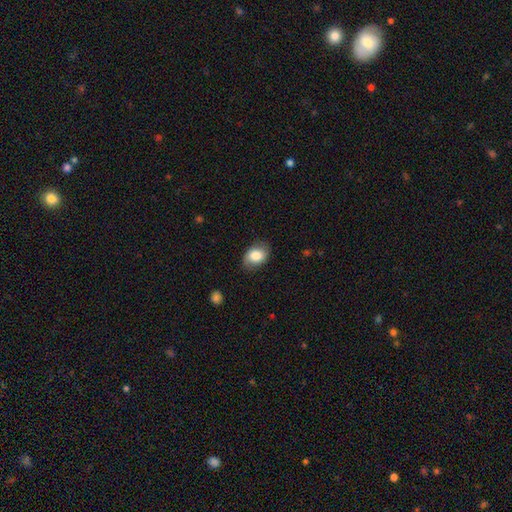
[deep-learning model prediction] smooth 79%, featured or disk 13%, star or artifact 7%. Down the decision tree: how rounded — in between (75%); merging — none (77%).